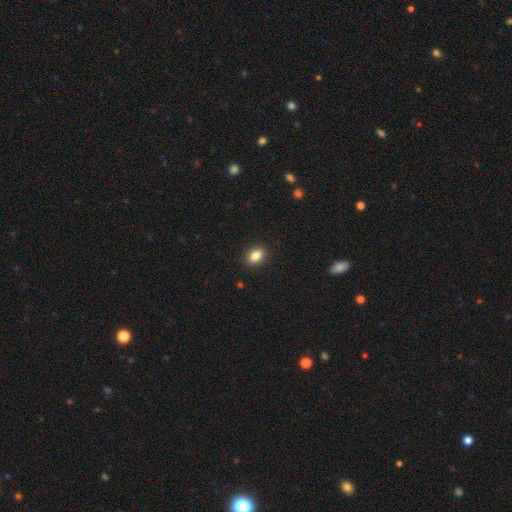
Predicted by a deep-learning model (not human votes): Smooth or featured? smooth (86%)
How rounded? in between (80%)
Merging? none (90%)